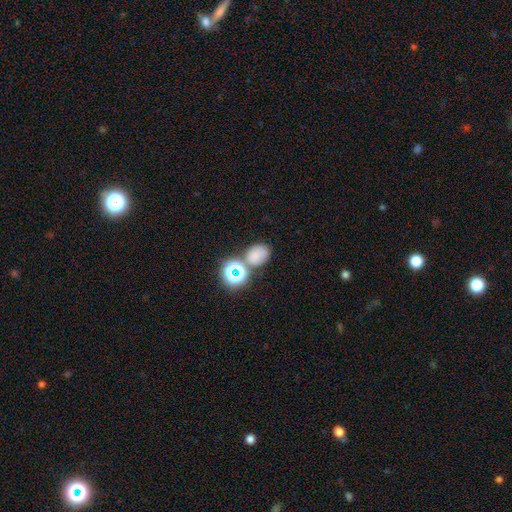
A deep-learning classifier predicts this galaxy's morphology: smooth 70%, star or artifact 22%, featured or disk 8%. Down the decision tree: how rounded — in between (53%); merging — none (60%).